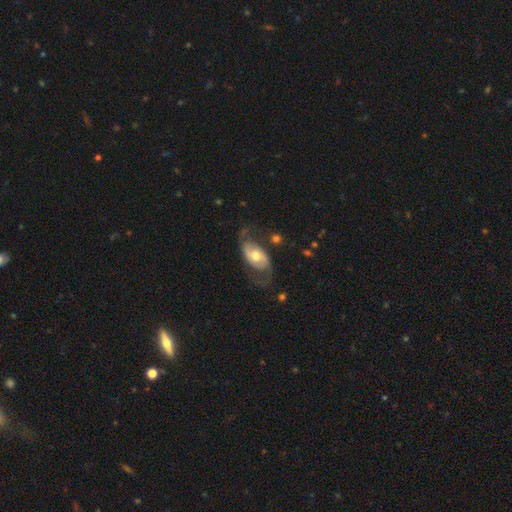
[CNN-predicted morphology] type=featured or disk (69%); edge-on=no (94%); bar=no (57%); spiral arms=yes (83%); winding=loose (56%); arm count=2 (87%); bulge=moderate (71%); merging=none (56%).